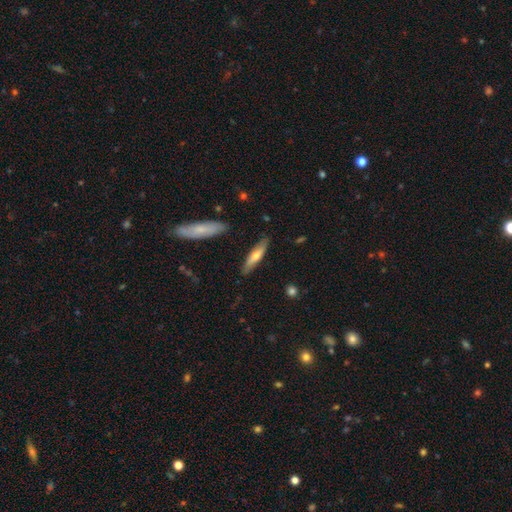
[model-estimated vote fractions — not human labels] smooth 58%, featured or disk 36%, star or artifact 6%. Down the decision tree: how rounded — cigar-shaped (77%); merging — none (86%).